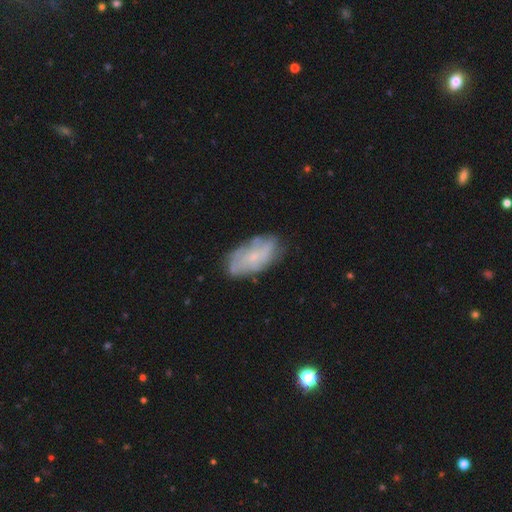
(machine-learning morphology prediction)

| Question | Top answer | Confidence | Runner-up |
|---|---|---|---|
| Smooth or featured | featured or disk | 53% | smooth (40%) |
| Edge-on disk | no | 93% | yes (7%) |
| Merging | none | 68% | minor disturbance (22%) |